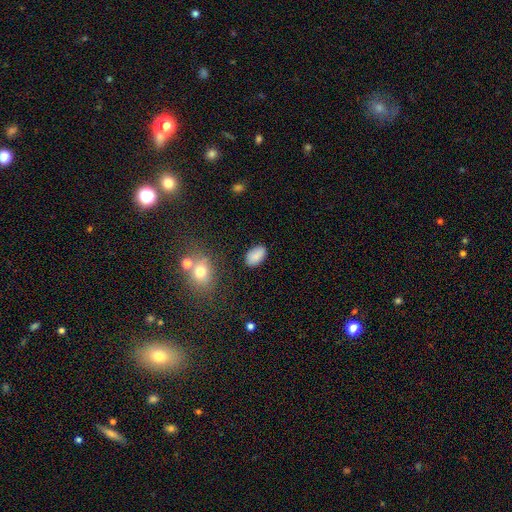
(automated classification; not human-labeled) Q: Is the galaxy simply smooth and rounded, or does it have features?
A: smooth — 86%.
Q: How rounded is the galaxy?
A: in between — 92%.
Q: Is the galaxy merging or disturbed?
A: none — 84%.